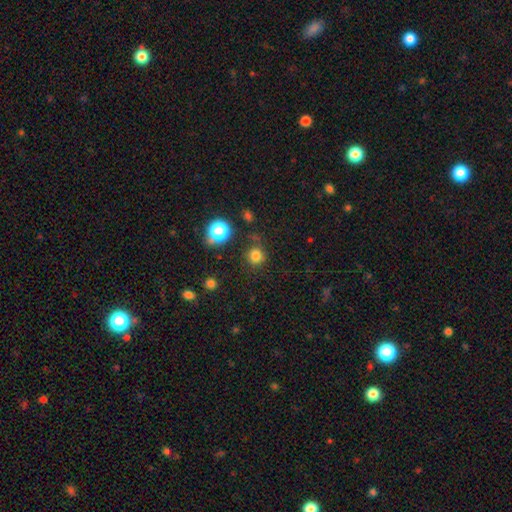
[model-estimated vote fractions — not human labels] smooth 78%, star or artifact 17%, featured or disk 5%. Down the decision tree: how rounded — round (92%); merging — none (82%).